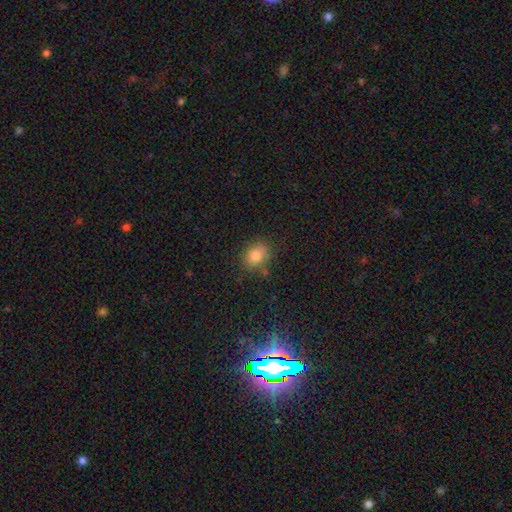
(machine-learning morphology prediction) This is clearly a smooth galaxy (80%). How rounded: possibly round (59%). Merging: likely none (72%).